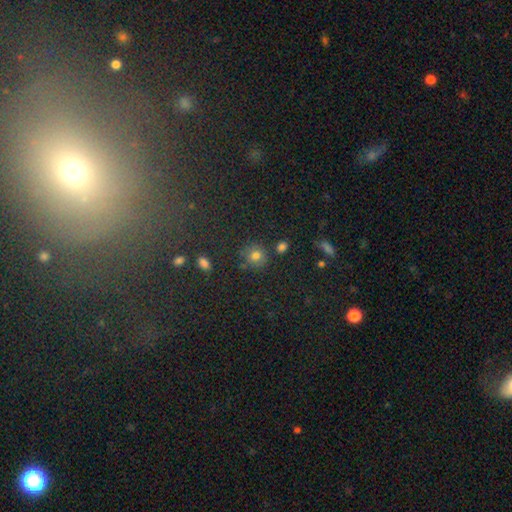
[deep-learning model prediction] Overall: smooth (75%). How rounded: round (84%). Merging: none (76%).